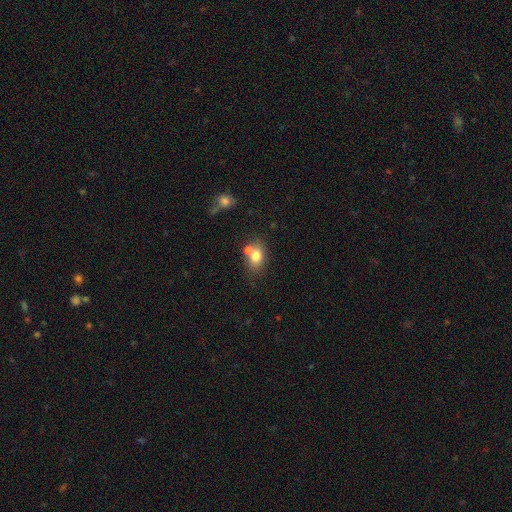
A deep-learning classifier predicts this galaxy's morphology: Smooth or featured? smooth (76%)
How rounded? in between (67%)
Merging? none (50%)